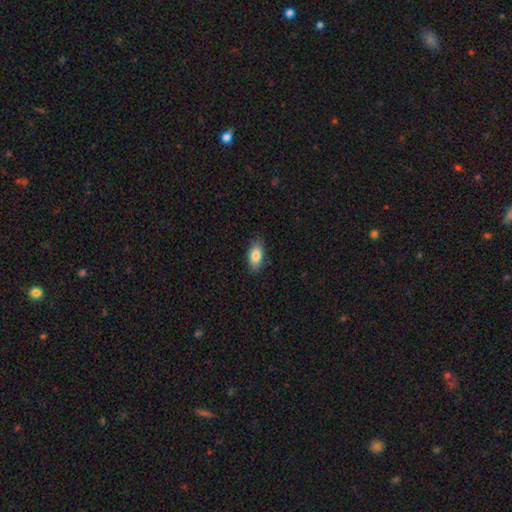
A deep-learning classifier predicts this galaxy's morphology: Smooth or featured?
  - smooth: 84% *
  - featured or disk: 9%
  - star or artifact: 7%
How rounded?
  - in between: 89% *
  - cigar-shaped: 7%
  - round: 3%
Merging?
  - none: 85% *
  - minor disturbance: 11%
  - major disturbance: 2%
  - merger: 1%